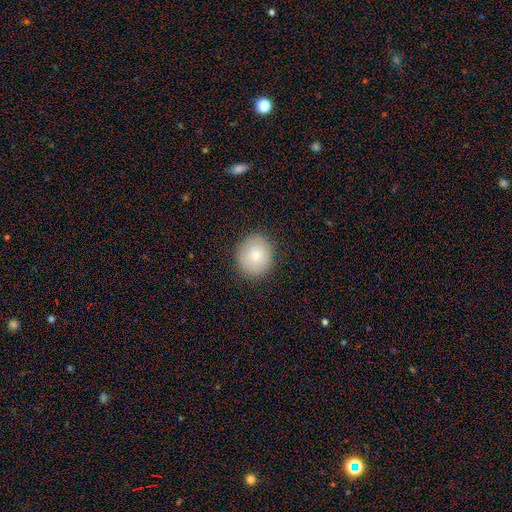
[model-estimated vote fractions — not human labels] A smooth galaxy with no disk features (79%) that is round (72%).

Vote fractions:
- Smooth or featured? smooth: 79% / featured or disk: 13% / star or artifact: 9%
- How rounded? round: 72% / in between: 27% / cigar-shaped: 1%
- Merging? none: 87% / minor disturbance: 9% / major disturbance: 3% / merger: 1%